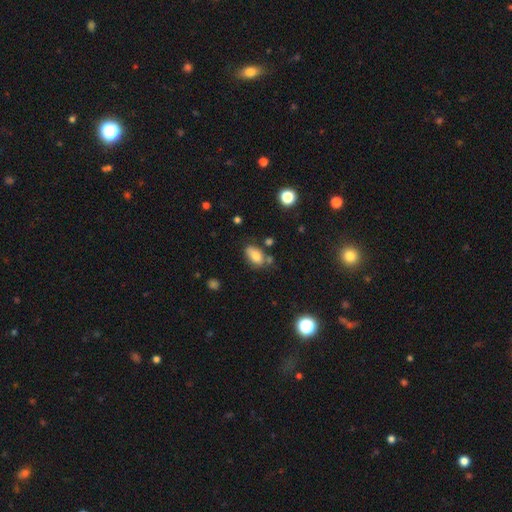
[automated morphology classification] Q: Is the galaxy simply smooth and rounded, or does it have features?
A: smooth — 78%.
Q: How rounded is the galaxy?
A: in between — 89%.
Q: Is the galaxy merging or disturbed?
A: none — 61%.